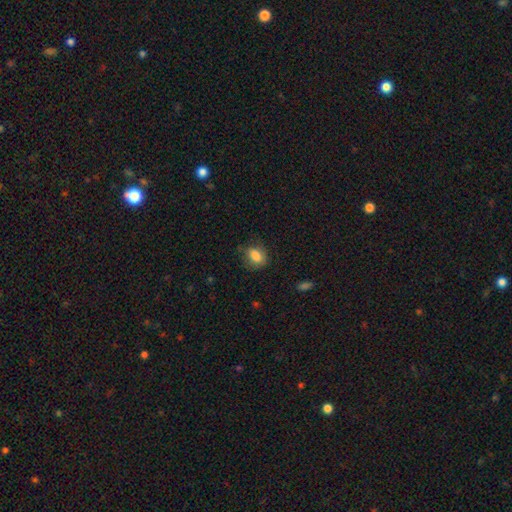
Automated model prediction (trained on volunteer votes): Q: Smooth or featured?
A: smooth (85%); runner-up: star or artifact (8%)
Q: How rounded?
A: in between (74%); runner-up: round (24%)
Q: Merging?
A: none (72%); runner-up: minor disturbance (21%)